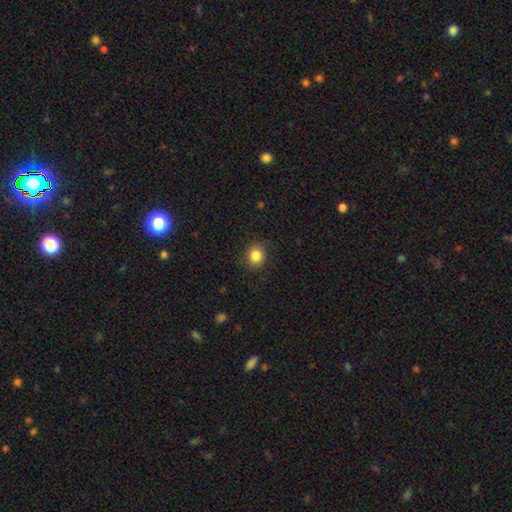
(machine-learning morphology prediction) The model was most divided on "how rounded": round: 77%, in between: 22%, cigar-shaped: 1%. More confident: merging — none (88%); smooth or featured — smooth (85%).